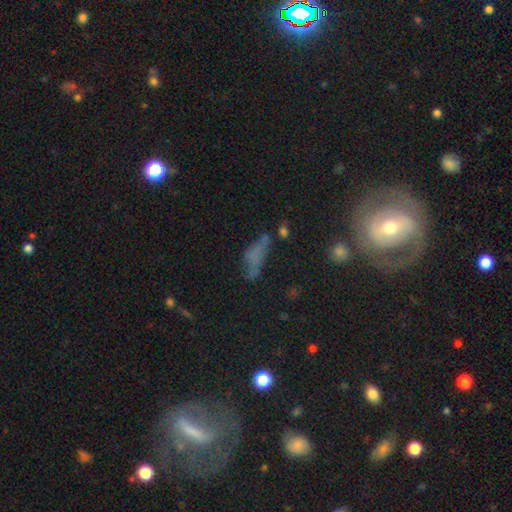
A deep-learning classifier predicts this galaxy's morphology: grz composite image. It shows a smooth galaxy with no disk features (52%) that is in between round and cigar-shaped (52%). Merging: none (45%).